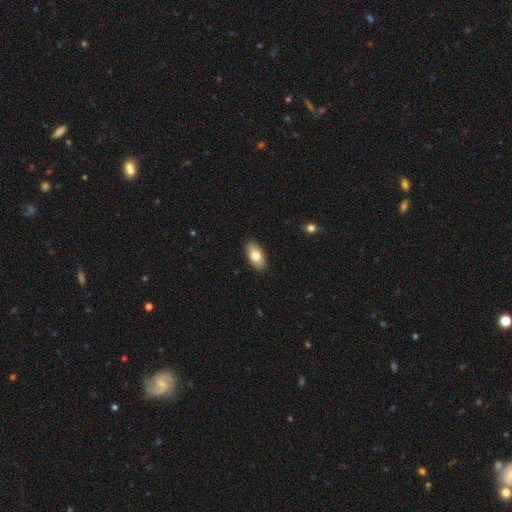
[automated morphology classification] A smooth galaxy with no disk features (76%) that is in between round and cigar-shaped (92%). Merging: none (90%).